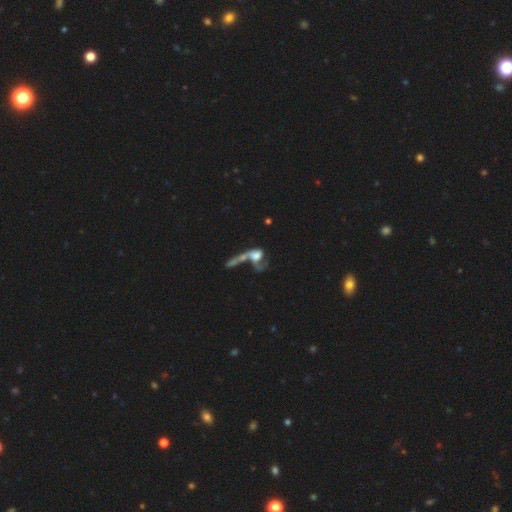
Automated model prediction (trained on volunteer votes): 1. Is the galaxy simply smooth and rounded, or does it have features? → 55% featured or disk, 33% smooth, 12% star or artifact.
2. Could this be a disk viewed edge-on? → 89% no, 11% yes.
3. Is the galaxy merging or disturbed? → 56% merger, 24% major disturbance, 13% none, 7% minor disturbance.